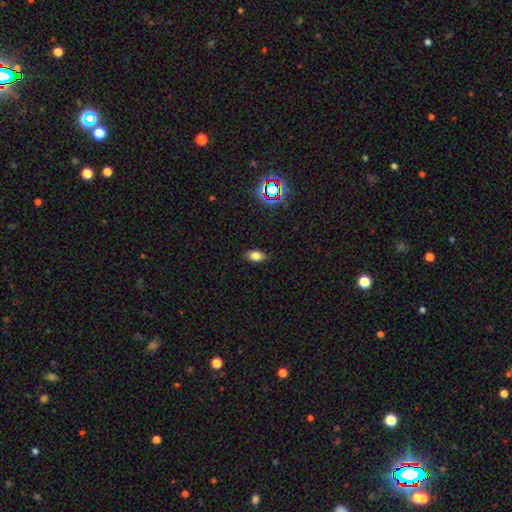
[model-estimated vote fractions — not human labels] Smooth or featured? Predicted: smooth (p=0.77). How rounded? Predicted: in between (p=0.87). Merging? Predicted: none (p=0.87).